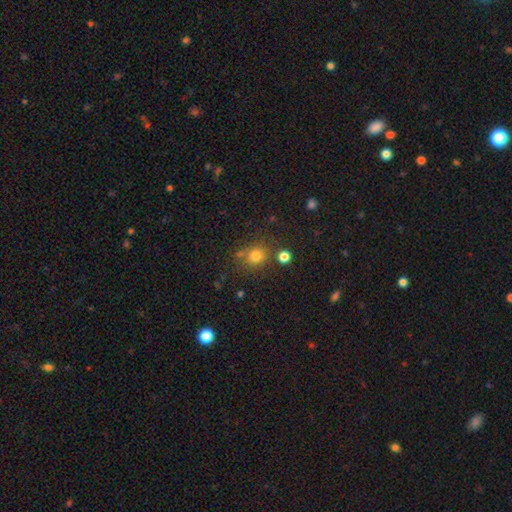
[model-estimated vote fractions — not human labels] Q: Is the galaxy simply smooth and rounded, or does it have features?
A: smooth — 77%.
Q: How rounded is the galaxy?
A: round — 82%.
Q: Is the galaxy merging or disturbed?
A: none — 72%.